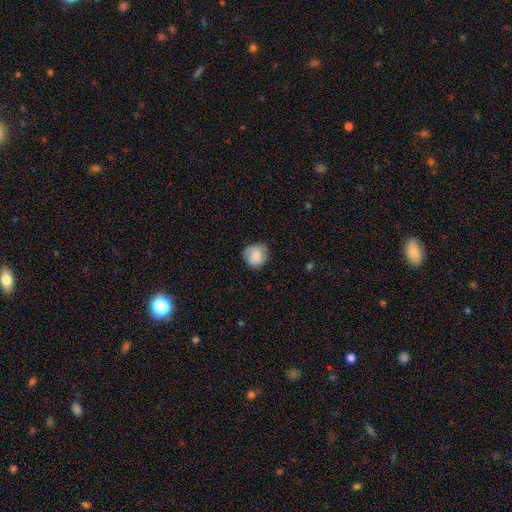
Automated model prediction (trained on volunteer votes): Smooth or featured? Predicted: smooth (p=0.77). How rounded? Predicted: round (p=0.89). Merging? Predicted: none (p=0.79).